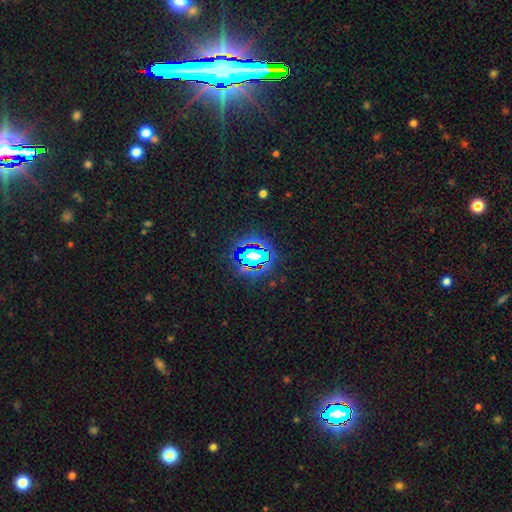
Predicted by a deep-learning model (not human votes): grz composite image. It shows a star or artifact, not a galaxy (68%).